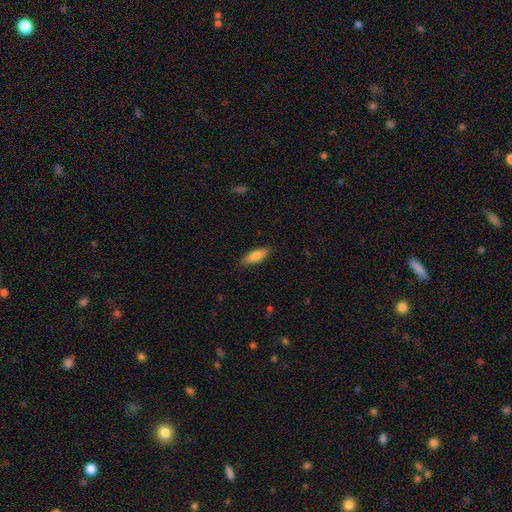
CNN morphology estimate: smooth-or-featured: smooth: 74% | featured or disk: 19% | star or artifact: 6%
  how-rounded: in between: 56% | cigar-shaped: 42% | round: 2%
  merging: none: 87% | minor disturbance: 10% | major disturbance: 2% | merger: 1%